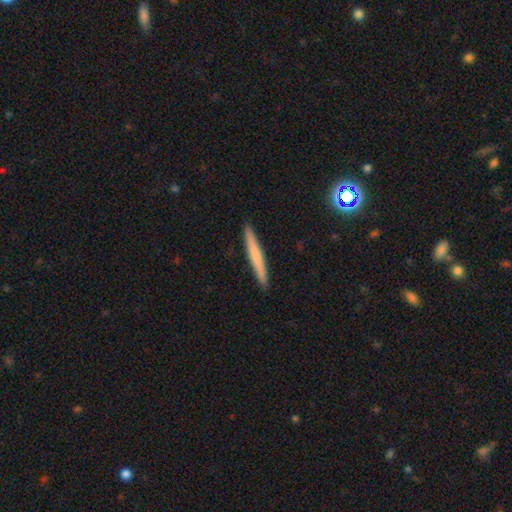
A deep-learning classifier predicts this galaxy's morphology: Overall: smooth (60%; featured or disk 33%). How rounded: cigar-shaped (96%). Merging: none (92%).